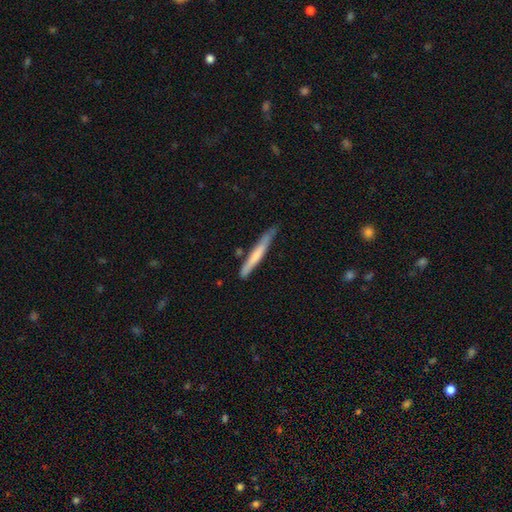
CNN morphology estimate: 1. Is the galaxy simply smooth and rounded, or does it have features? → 58% smooth, 37% featured or disk, 5% star or artifact.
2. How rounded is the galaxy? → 96% cigar-shaped, 3% in between, 1% round.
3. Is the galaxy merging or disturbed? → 76% none, 18% minor disturbance, 3% merger, 3% major disturbance.